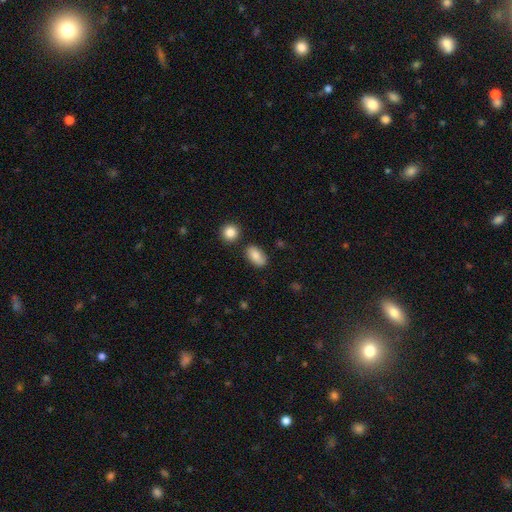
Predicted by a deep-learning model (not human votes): This is clearly a smooth galaxy (80%). How rounded: clearly in between (90%). Merging: likely none (77%).